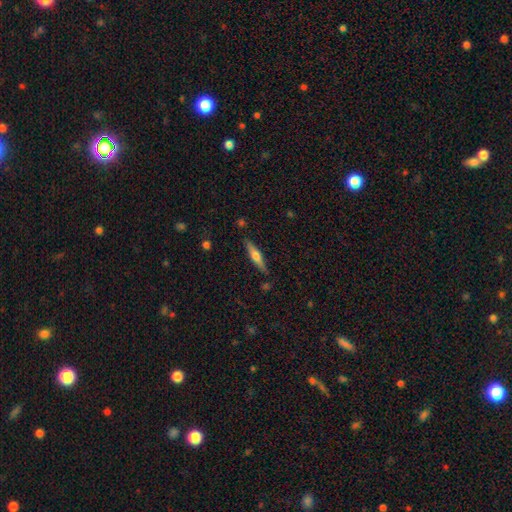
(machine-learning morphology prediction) smooth-or-featured: featured or disk: 54% | smooth: 41% | star or artifact: 6%
  disk-edge-on: yes: 94% | no: 6%
    edge-on-bulge: rounded: 89% | none: 6% | boxy: 5%
  merging: none: 87% | minor disturbance: 9% | major disturbance: 2% | merger: 2%